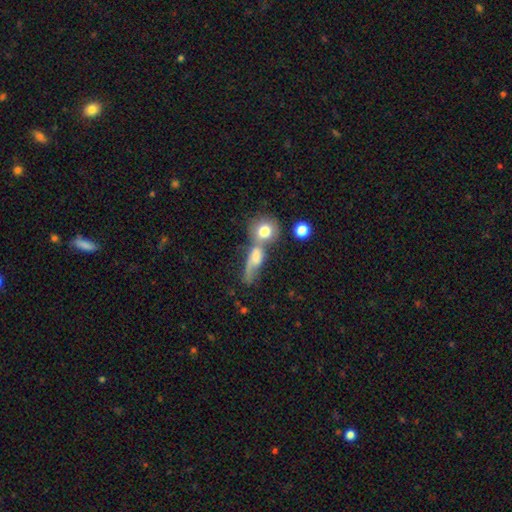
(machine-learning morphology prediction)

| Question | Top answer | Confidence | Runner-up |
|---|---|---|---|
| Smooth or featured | smooth | 48% | featured or disk (35%) |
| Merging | none | 42% | merger (38%) |